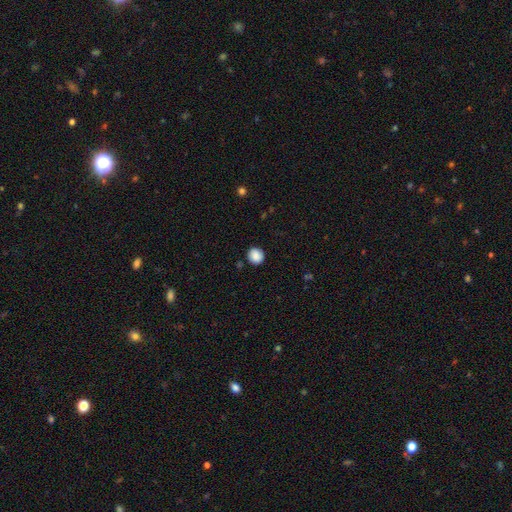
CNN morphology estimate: Smooth or featured: smooth — 88% (star or artifact — 8%)
How rounded: round — 86% (in between — 13%)
Merging: none — 89% (minor disturbance — 8%)